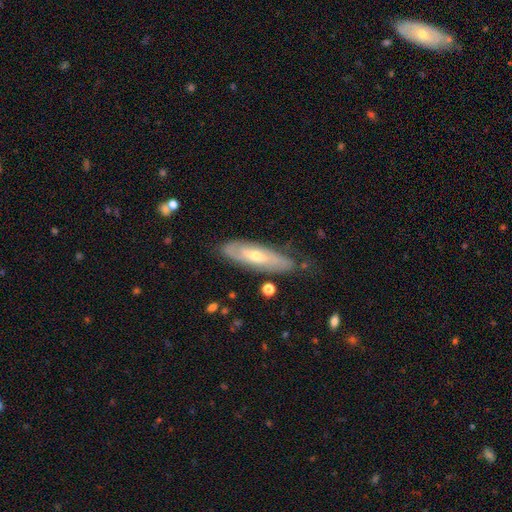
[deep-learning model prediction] This appears to be a featured or disk galaxy (63%). Merging: none (74%).